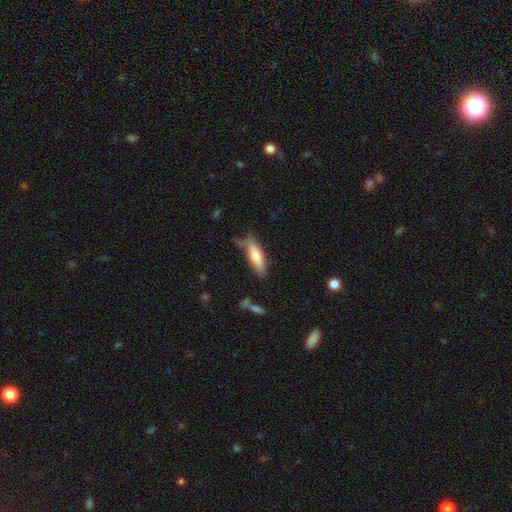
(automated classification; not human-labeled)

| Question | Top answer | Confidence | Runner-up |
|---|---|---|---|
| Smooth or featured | smooth | 75% | featured or disk (19%) |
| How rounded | cigar-shaped | 50% | in between (48%) |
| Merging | none | 62% | minor disturbance (25%) |